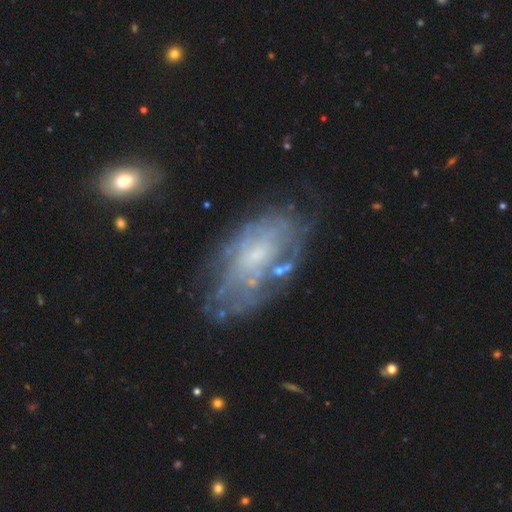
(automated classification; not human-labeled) This is likely a featured or disk galaxy (70%). It is clearly not viewed edge-on (94%). Bar: likely no (71%). Spiral arm pattern: possibly yes (57%). Central bulge: possibly small (59%). Merging: possibly none (57%).